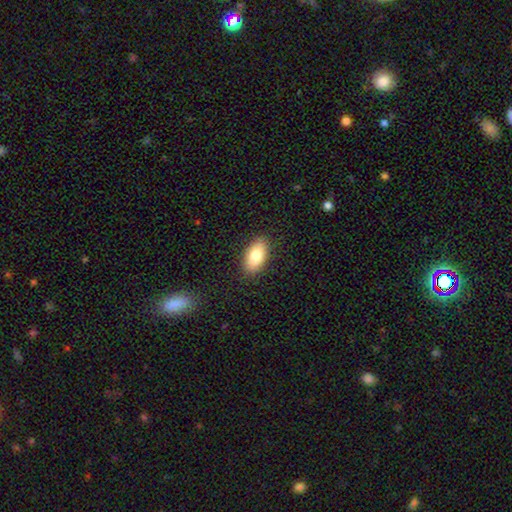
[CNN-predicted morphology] type=smooth (81%); roundness=in between (93%); merging=none (87%).